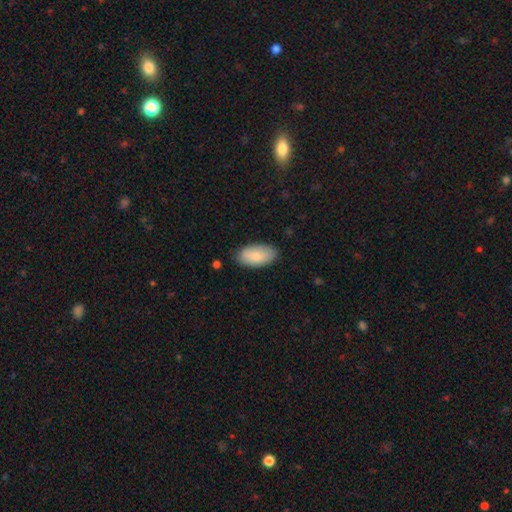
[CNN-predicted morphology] smooth-or-featured: smooth: 85% | featured or disk: 9% | star or artifact: 6%
  how-rounded: in between: 95% | round: 3% | cigar-shaped: 2%
  merging: none: 82% | minor disturbance: 14% | major disturbance: 3% | merger: 1%